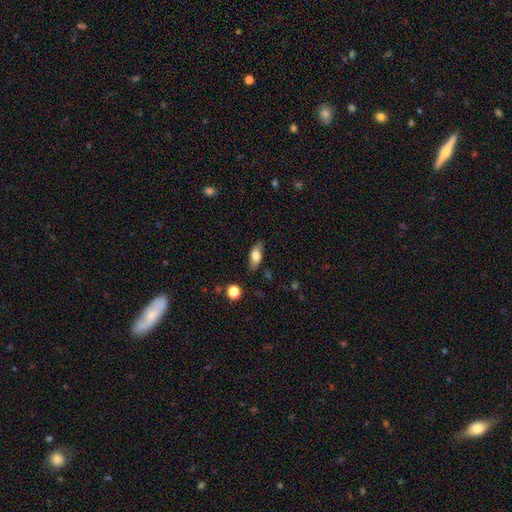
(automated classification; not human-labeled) Smooth or featured? smooth (72%)
How rounded? in between (80%)
Merging? none (79%)